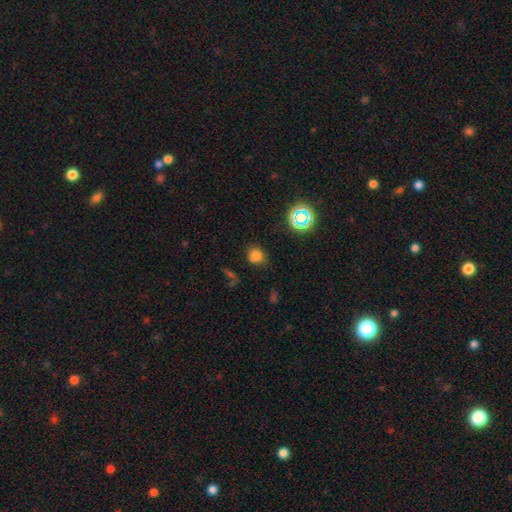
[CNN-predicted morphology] A smooth galaxy with no disk features (73%) that is round (72%). Merging: none (74%).